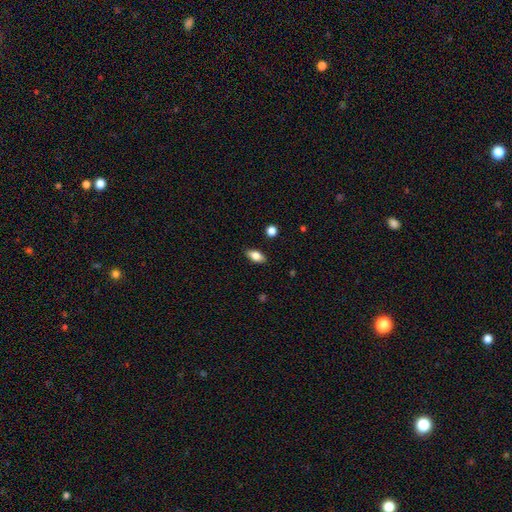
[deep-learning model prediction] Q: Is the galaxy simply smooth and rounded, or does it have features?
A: smooth — 77%.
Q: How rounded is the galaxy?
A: in between — 87%.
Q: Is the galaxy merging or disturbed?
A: none — 87%.